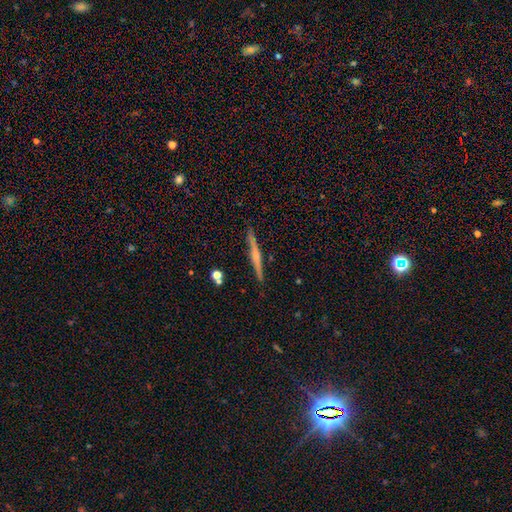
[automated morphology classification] Q: Smooth or featured?
A: featured or disk (70%); runner-up: smooth (24%)
Q: Edge-on disk?
A: yes (98%); runner-up: no (2%)
Q: Edge-on bulge?
A: rounded (67%); runner-up: none (22%)
Q: Merging?
A: none (91%); runner-up: minor disturbance (6%)